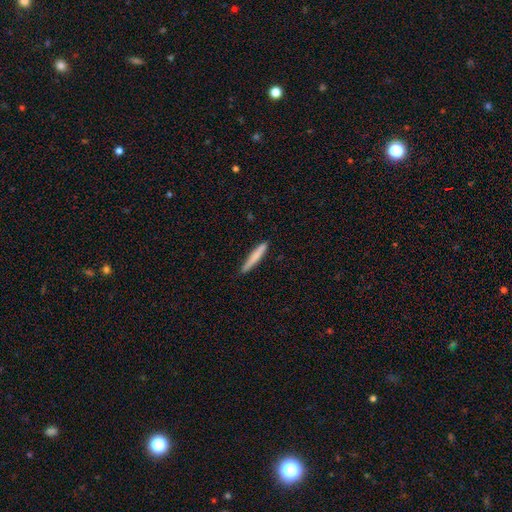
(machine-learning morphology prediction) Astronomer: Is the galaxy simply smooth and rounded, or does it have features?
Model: smooth — 77%.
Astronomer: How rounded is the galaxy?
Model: cigar-shaped — 95%.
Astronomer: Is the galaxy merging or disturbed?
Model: none — 87%.